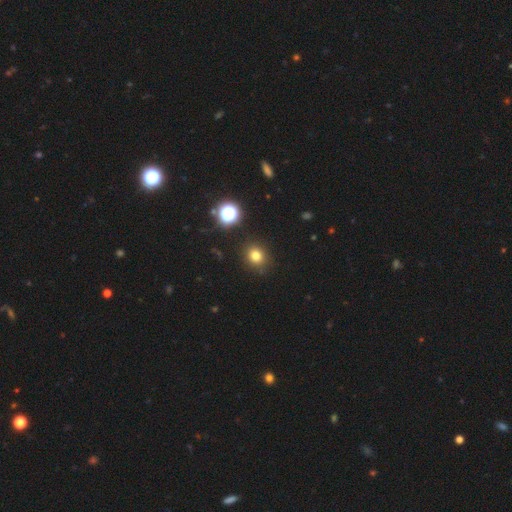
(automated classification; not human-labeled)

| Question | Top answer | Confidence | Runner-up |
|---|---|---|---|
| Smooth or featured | smooth | 78% | star or artifact (16%) |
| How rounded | round | 78% | in between (22%) |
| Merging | none | 88% | minor disturbance (7%) |